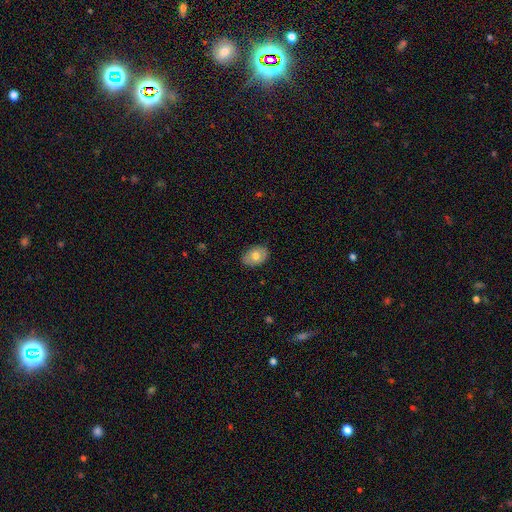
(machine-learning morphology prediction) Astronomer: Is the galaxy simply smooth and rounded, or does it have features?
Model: smooth — 66%.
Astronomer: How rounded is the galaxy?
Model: in between — 82%.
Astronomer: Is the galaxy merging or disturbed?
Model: none — 82%.